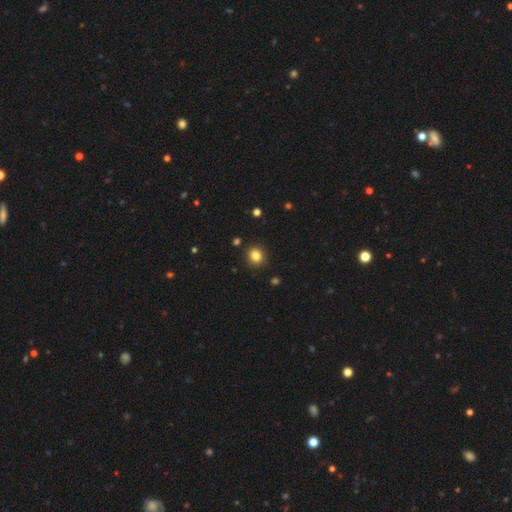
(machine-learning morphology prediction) Smooth or featured?
  - smooth: 83% *
  - star or artifact: 12%
  - featured or disk: 5%
How rounded?
  - round: 78% *
  - in between: 21%
  - cigar-shaped: 1%
Merging?
  - none: 90% *
  - minor disturbance: 7%
  - major disturbance: 2%
  - merger: 2%